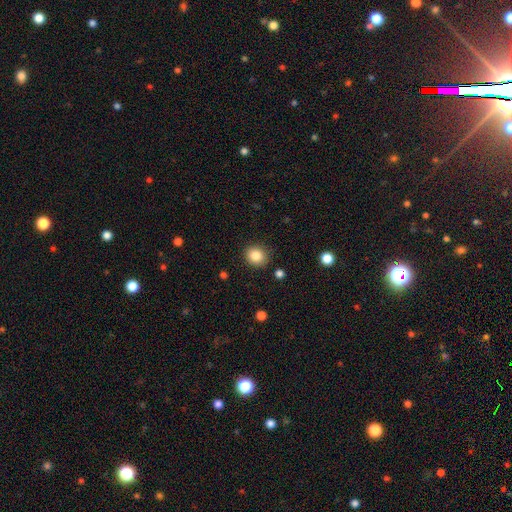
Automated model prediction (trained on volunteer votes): Smooth or featured?
  - smooth: 85% *
  - star or artifact: 10%
  - featured or disk: 5%
How rounded?
  - round: 77% *
  - in between: 22%
  - cigar-shaped: 1%
Merging?
  - none: 88% *
  - minor disturbance: 8%
  - major disturbance: 3%
  - merger: 1%